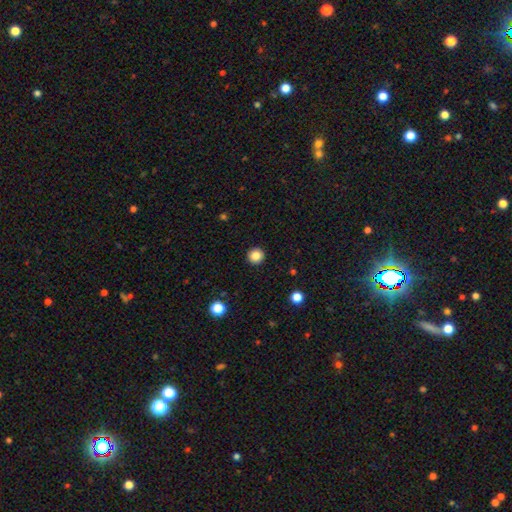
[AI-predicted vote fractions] This appears to be a smooth galaxy with no disk features (85%) that is round (95%). Merging: none (93%).